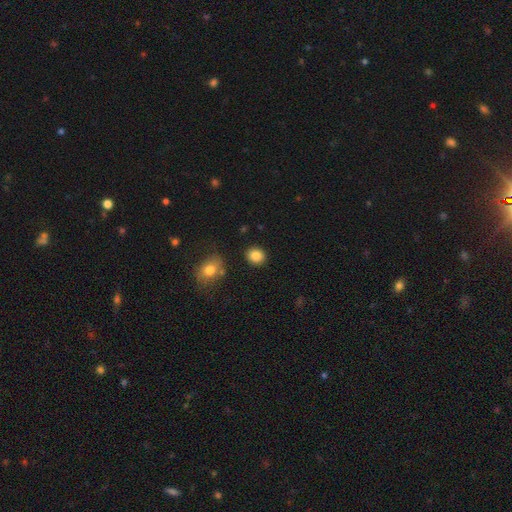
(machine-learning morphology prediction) Smooth or featured? Predicted: smooth (p=0.85). How rounded? Predicted: round (p=0.71). Merging? Predicted: none (p=0.88).